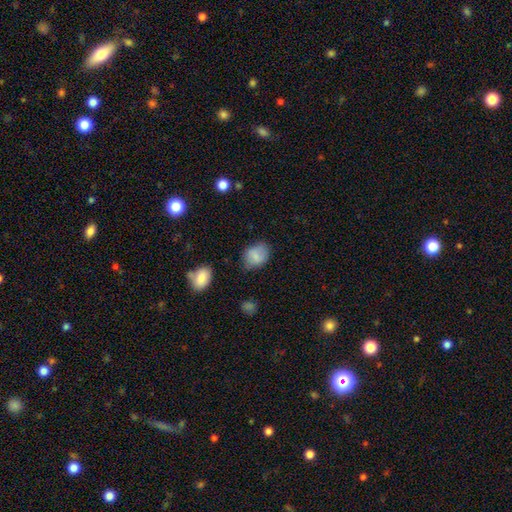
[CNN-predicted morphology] This appears to be a smooth galaxy with no disk features (81%) that is in between round and cigar-shaped (67%). Merging: none (70%).